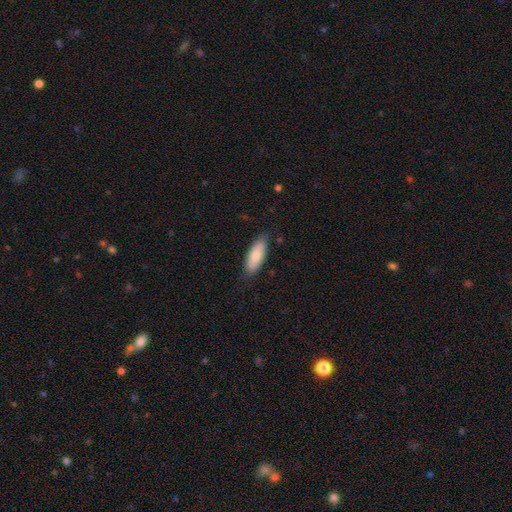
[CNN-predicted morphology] Smooth or featured? Predicted: smooth (p=0.82). How rounded? Predicted: in between (p=0.73). Merging? Predicted: none (p=0.81).